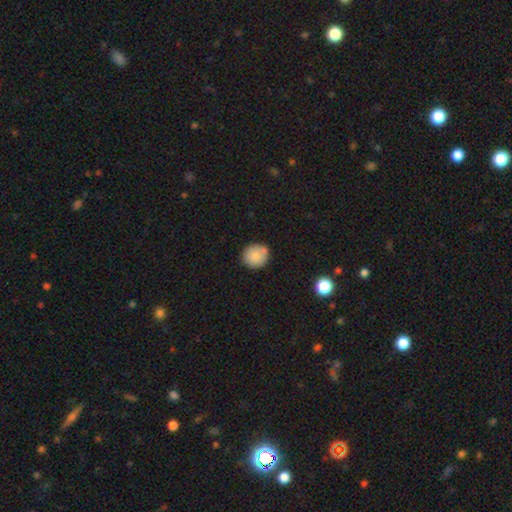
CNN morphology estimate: This is clearly a smooth galaxy (83%). How rounded: clearly round (87%). Merging: likely none (74%).